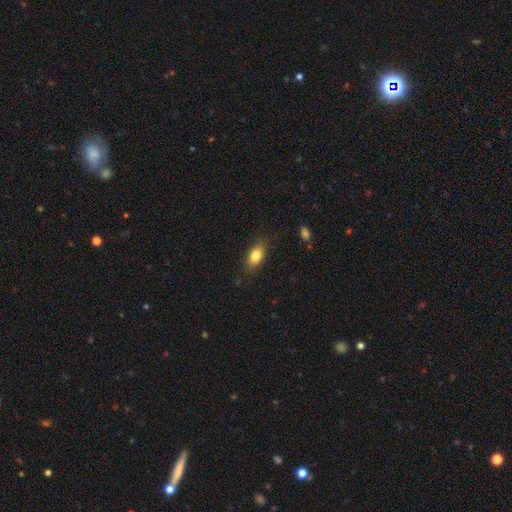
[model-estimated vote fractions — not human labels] This is clearly a smooth galaxy (82%). How rounded: clearly in between (86%). Merging: clearly none (81%).